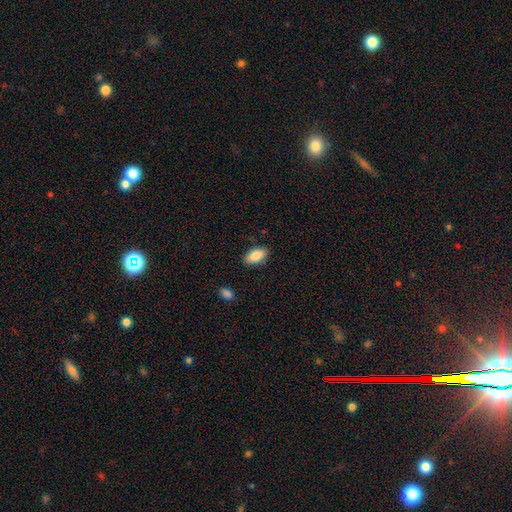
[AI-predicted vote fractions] This is clearly a smooth galaxy (86%). How rounded: clearly in between (90%). Merging: clearly none (86%).